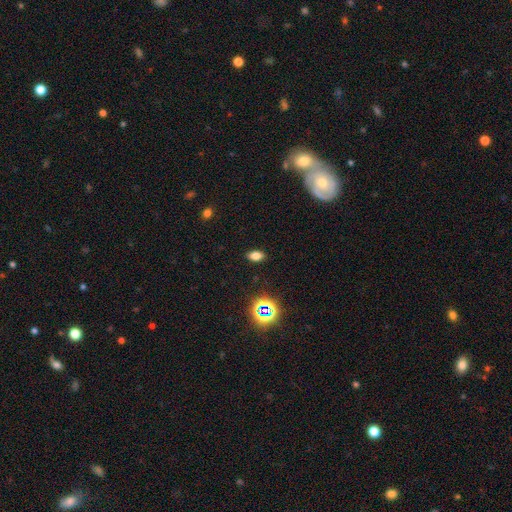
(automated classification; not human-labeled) Morphology: type=smooth (73%); roundness=in between (86%); merging=none (88%).